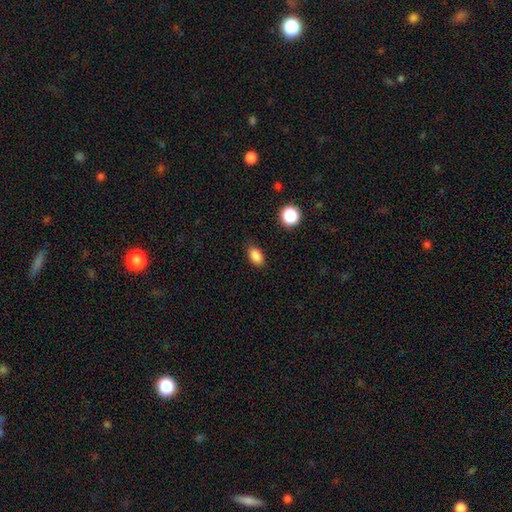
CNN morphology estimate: A smooth galaxy with no disk features (87%) that is in between round and cigar-shaped (86%). Merging: none (82%).